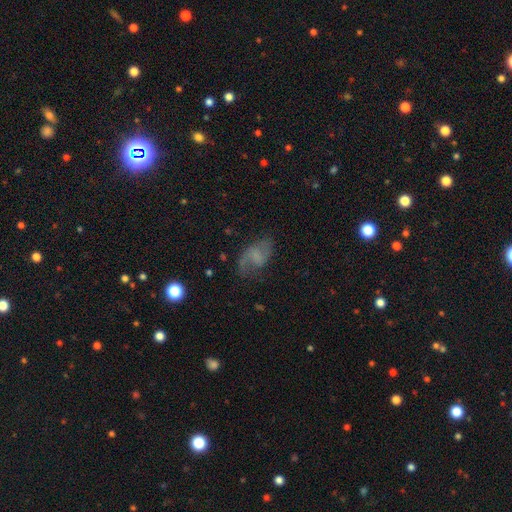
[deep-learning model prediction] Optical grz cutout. It shows a featured or disk galaxy (62%) with no bar (47%), 2 (79%) loose (57%) spiral arms (87%) and no central bulge (60%). Merging: none (61%).